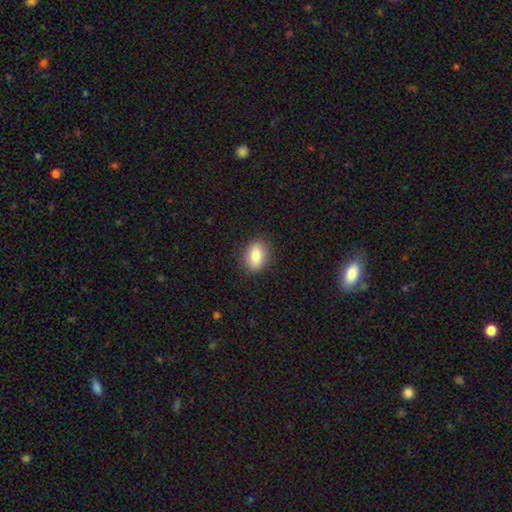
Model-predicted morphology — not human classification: The model was most divided on "how rounded": in between: 77%, round: 21%, cigar-shaped: 2%. More confident: merging — none (87%); smooth or featured — smooth (84%).